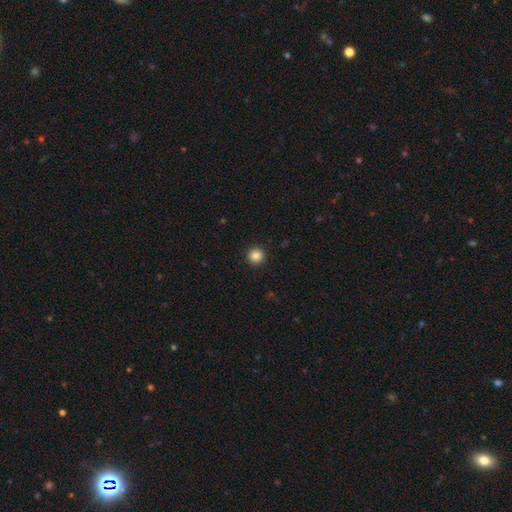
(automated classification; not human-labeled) smooth_or_featured: smooth (p=0.85) [alt: star or artifact p=0.11]
how_rounded: round (p=0.96) [alt: in between p=0.03]
merging: none (p=0.93) [alt: minor disturbance p=0.04]